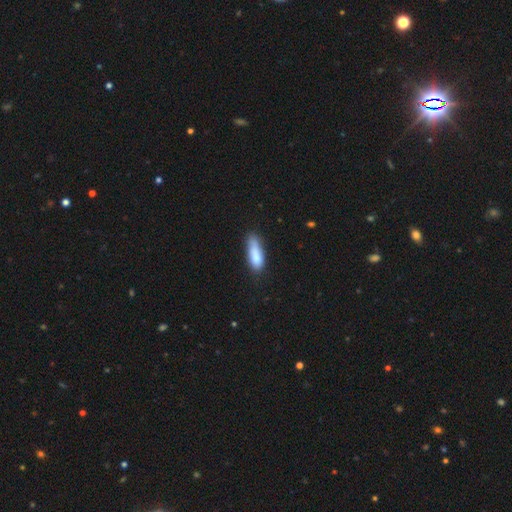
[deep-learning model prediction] smooth-or-featured: smooth: 82% | featured or disk: 11% | star or artifact: 7%
  how-rounded: in between: 51% | cigar-shaped: 47% | round: 2%
  merging: none: 57% | minor disturbance: 30% | major disturbance: 8% | merger: 5%